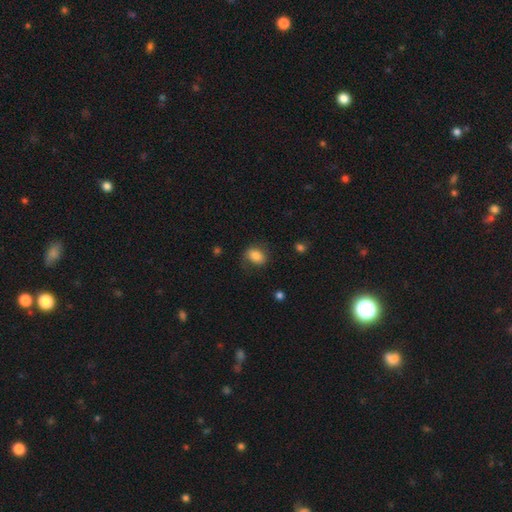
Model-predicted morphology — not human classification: Smooth or featured? smooth (80%)
How rounded? in between (70%)
Merging? none (69%)